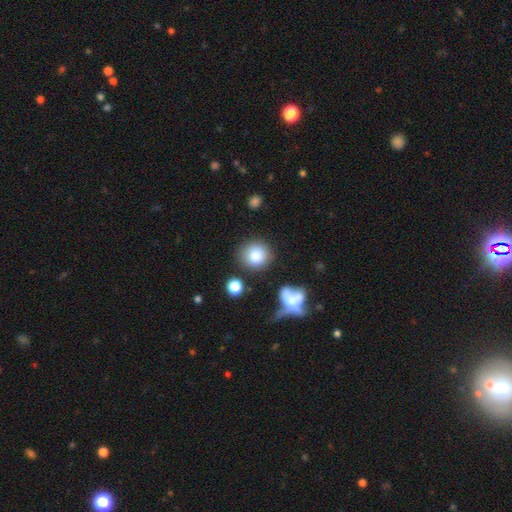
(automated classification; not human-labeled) Overall: smooth (82%). How rounded: round (86%). Merging: none (77%).